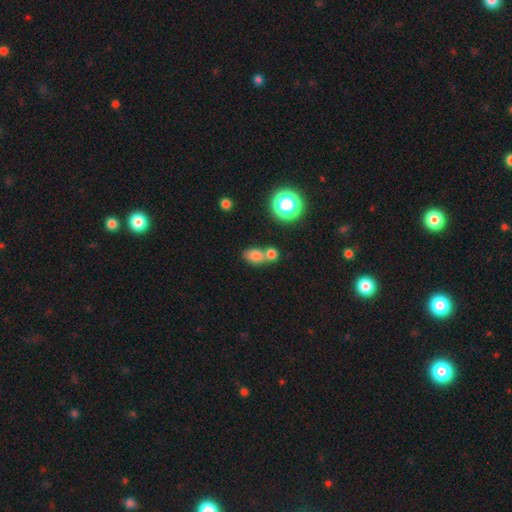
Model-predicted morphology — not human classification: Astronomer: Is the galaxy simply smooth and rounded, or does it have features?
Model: smooth — 76%.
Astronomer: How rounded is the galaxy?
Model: in between — 65%.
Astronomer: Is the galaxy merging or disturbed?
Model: merger — 49% (runner-up: none, 39%).